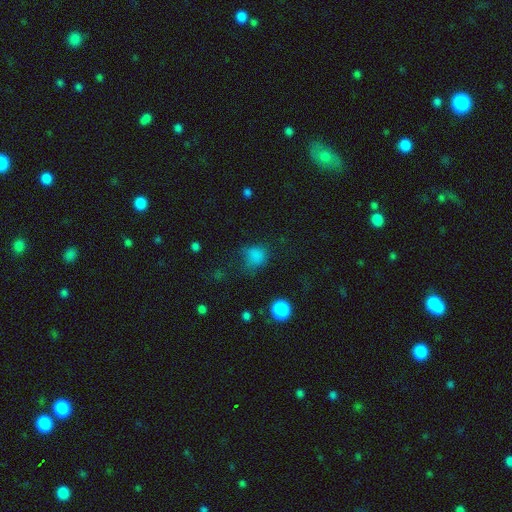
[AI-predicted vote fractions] smooth_or_featured: smooth (p=0.75) [alt: star or artifact p=0.18]
how_rounded: round (p=0.63) [alt: in between p=0.36]
merging: none (p=0.48) [alt: minor disturbance p=0.26]